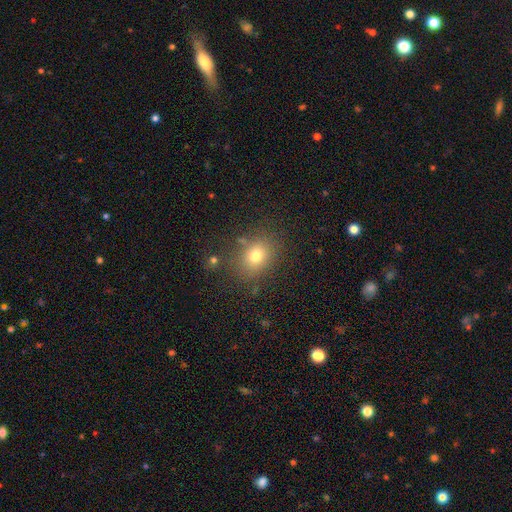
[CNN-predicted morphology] This is likely a smooth galaxy (75%). How rounded: possibly round (50%). Merging: likely none (80%).